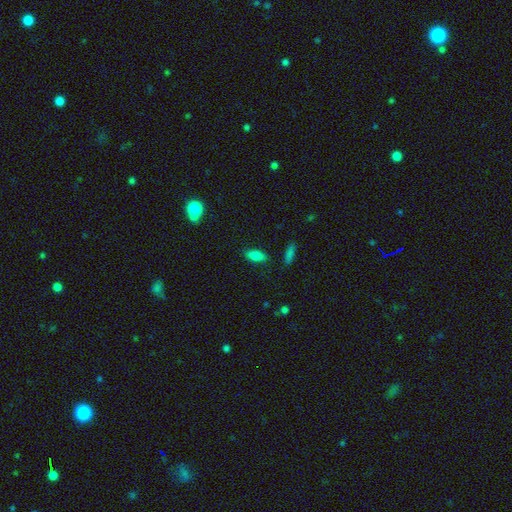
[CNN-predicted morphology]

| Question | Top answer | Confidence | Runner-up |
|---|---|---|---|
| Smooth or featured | smooth | 81% | star or artifact (10%) |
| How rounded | in between | 84% | cigar-shaped (13%) |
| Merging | none | 83% | minor disturbance (11%) |